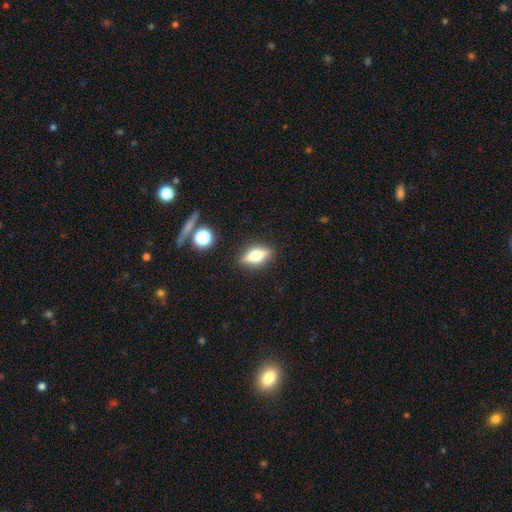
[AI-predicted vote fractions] Smooth or featured? smooth (52%)
How rounded? in between (66%)
Merging? none (87%)